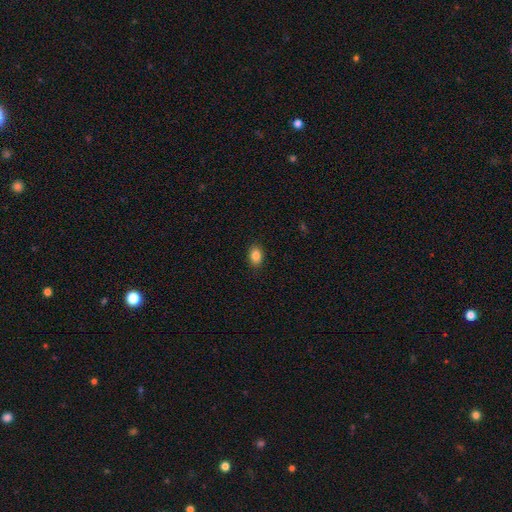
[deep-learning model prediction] Morphology: type=smooth (86%); roundness=in between (79%); merging=none (89%).